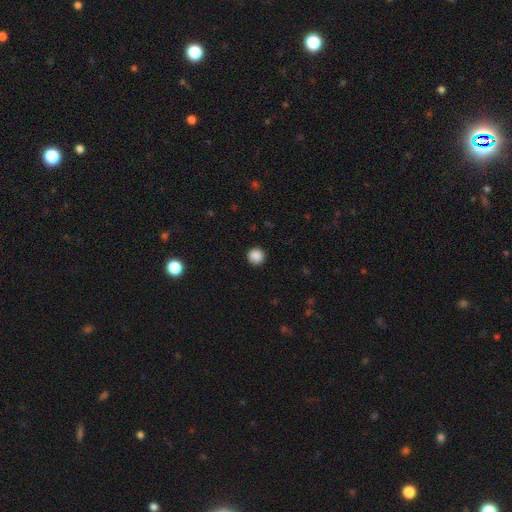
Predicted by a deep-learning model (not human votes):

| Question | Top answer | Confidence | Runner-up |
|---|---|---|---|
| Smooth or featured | smooth | 88% | star or artifact (10%) |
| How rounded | round | 95% | in between (4%) |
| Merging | none | 91% | minor disturbance (6%) |